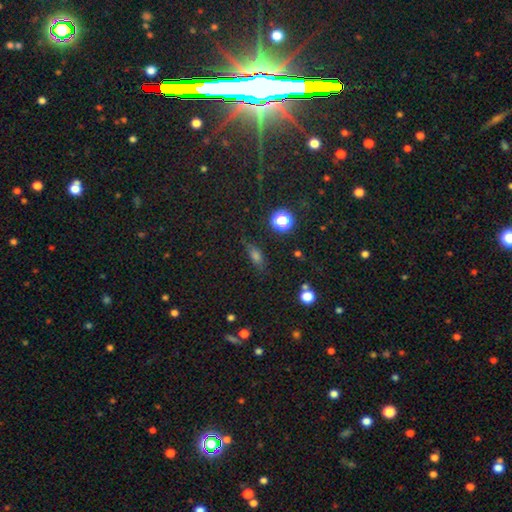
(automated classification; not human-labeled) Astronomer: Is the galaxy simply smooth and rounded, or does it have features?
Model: smooth — 61%.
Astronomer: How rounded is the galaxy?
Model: in between — 61%.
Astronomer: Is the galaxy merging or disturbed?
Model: none — 77%.